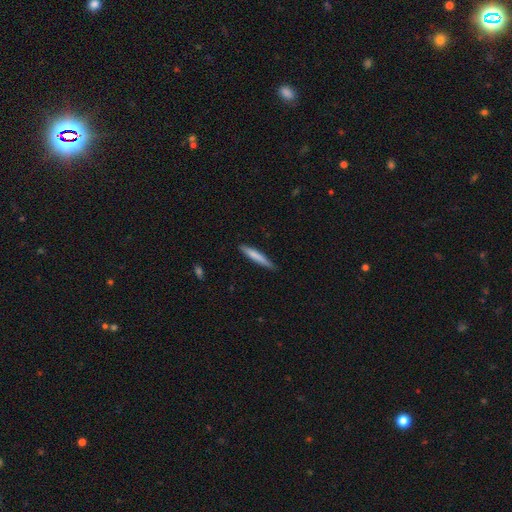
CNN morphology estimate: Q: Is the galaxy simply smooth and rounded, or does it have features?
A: smooth — 73%.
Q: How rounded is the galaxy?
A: cigar-shaped — 94%.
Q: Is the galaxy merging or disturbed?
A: none — 84%.